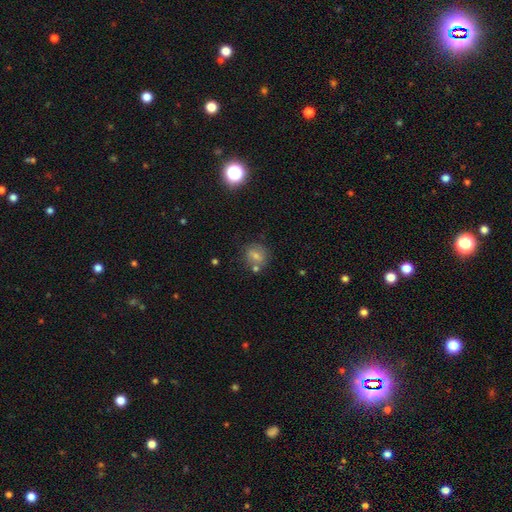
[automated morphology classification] type=smooth (62%); roundness=round (72%); merging=none (68%).